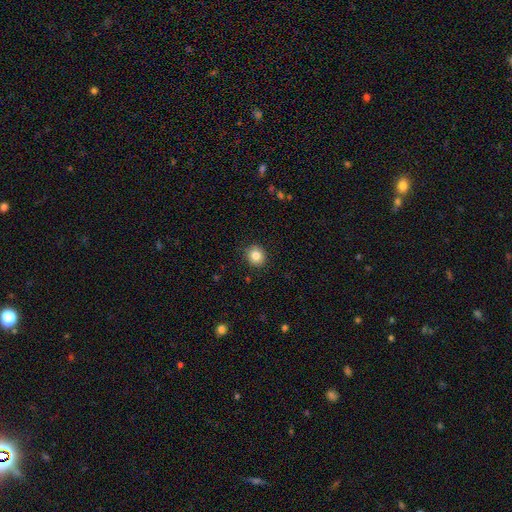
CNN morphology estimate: Smooth or featured? smooth (83%)
How rounded? round (82%)
Merging? none (89%)